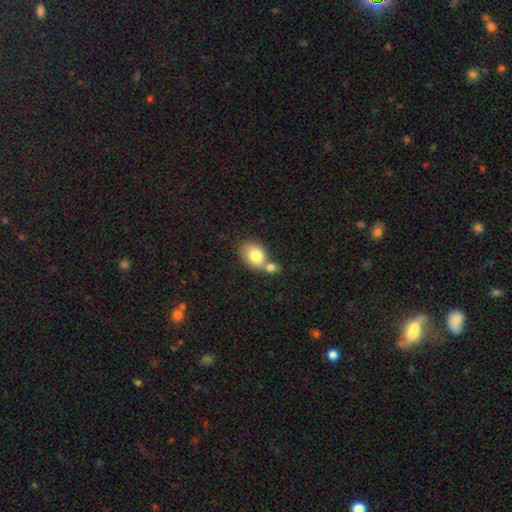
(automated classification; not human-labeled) smooth_or_featured: smooth (p=0.78) [alt: featured or disk p=0.14]
how_rounded: in between (p=0.64) [alt: round p=0.35]
merging: merger (p=0.47) [alt: none p=0.38]